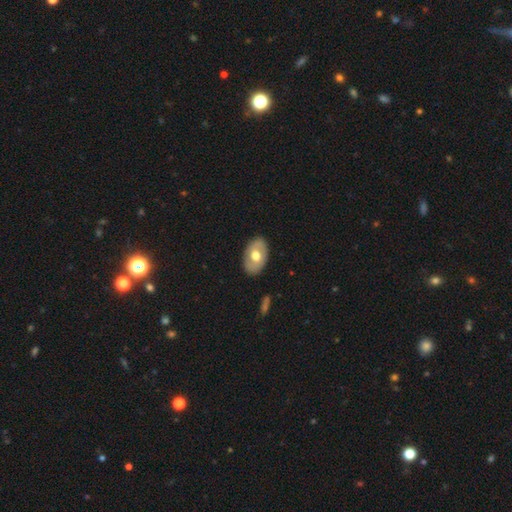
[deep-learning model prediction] Overall: smooth (56%; featured or disk 39%). How rounded: in between (87%). Merging: none (86%).